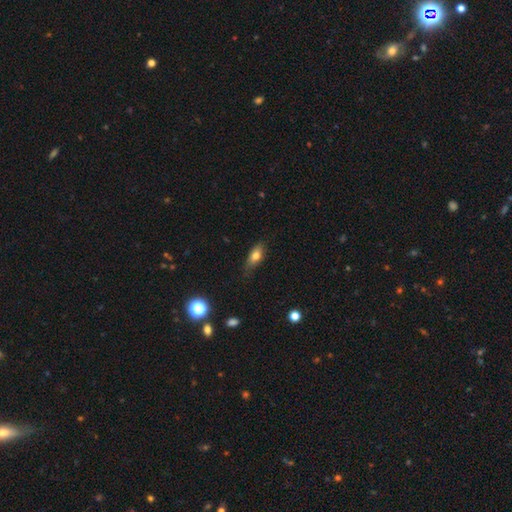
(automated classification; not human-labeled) smooth_or_featured: smooth (p=0.73) [alt: featured or disk p=0.18]
how_rounded: in between (p=0.75) [alt: cigar-shaped p=0.20]
merging: none (p=0.73) [alt: minor disturbance p=0.22]